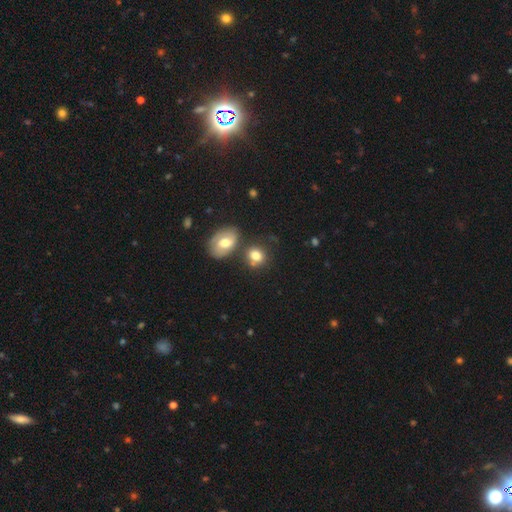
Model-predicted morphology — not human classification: The model was most divided on "how rounded": round: 62%, in between: 37%, cigar-shaped: 1%. More confident: smooth or featured — smooth (78%); merging — none (59%).